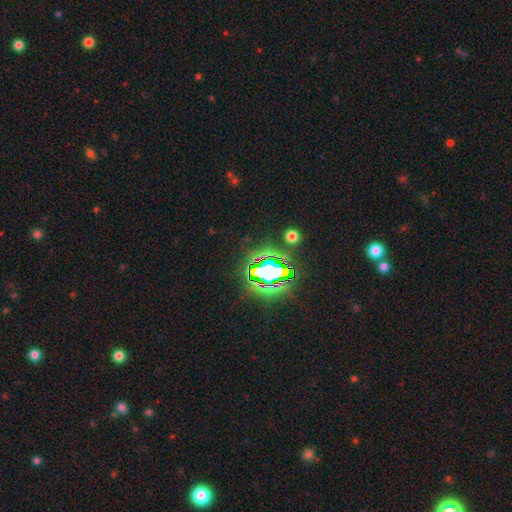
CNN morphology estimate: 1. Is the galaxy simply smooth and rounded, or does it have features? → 83% star or artifact, 10% smooth, 7% featured or disk.